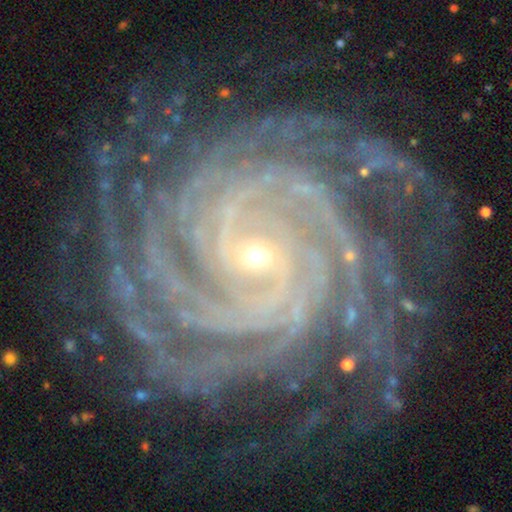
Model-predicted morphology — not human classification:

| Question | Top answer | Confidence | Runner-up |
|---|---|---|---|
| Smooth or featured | featured or disk | 93% | star or artifact (5%) |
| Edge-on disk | no | 98% | yes (2%) |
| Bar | no | 42% | weak (35%) |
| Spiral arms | yes | 99% | no (1%) |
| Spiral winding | tight | 83% | medium (15%) |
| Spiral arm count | more than 4 | 29% | 4 (23%) |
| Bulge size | small | 84% | moderate (12%) |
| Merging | none | 80% | minor disturbance (14%) |